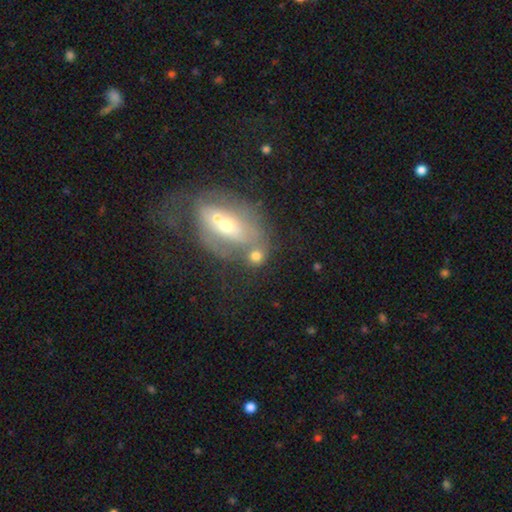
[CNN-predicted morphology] A smooth galaxy with no disk features (64%) that is round (69%).

Vote fractions:
- Smooth or featured? smooth: 64% / featured or disk: 21% / star or artifact: 14%
- How rounded? round: 69% / in between: 29% / cigar-shaped: 2%
- Merging? merger: 45% / none: 36% / minor disturbance: 11% / major disturbance: 8%